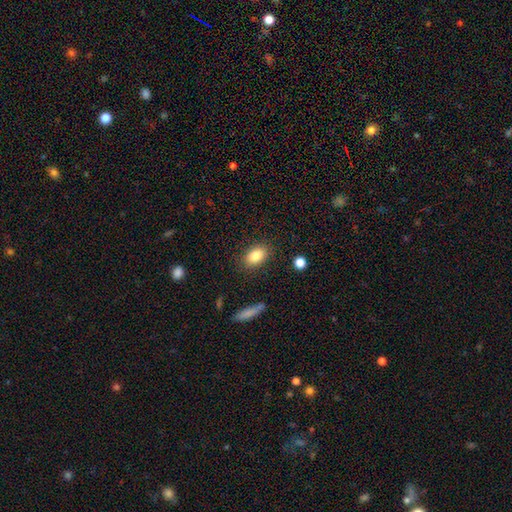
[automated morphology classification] smooth_or_featured: smooth (p=0.84) [alt: featured or disk p=0.08]
how_rounded: in between (p=0.85) [alt: round p=0.13]
merging: none (p=0.85) [alt: minor disturbance p=0.10]